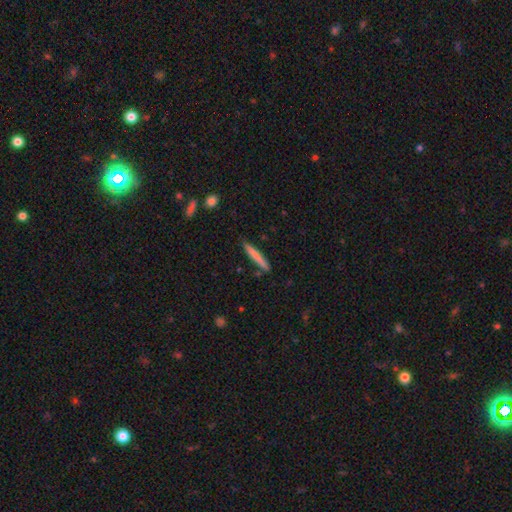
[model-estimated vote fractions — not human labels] Q: Smooth or featured?
A: smooth (73%); runner-up: featured or disk (21%)
Q: How rounded?
A: cigar-shaped (96%); runner-up: in between (3%)
Q: Merging?
A: none (86%); runner-up: minor disturbance (10%)